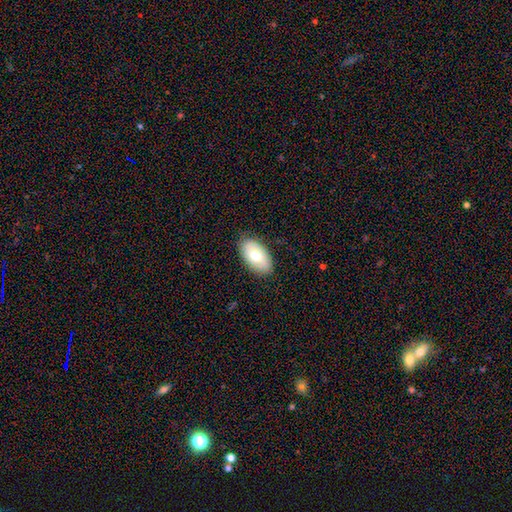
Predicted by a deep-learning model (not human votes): Morphology: type=smooth (68%); roundness=in between (94%); merging=none (84%).